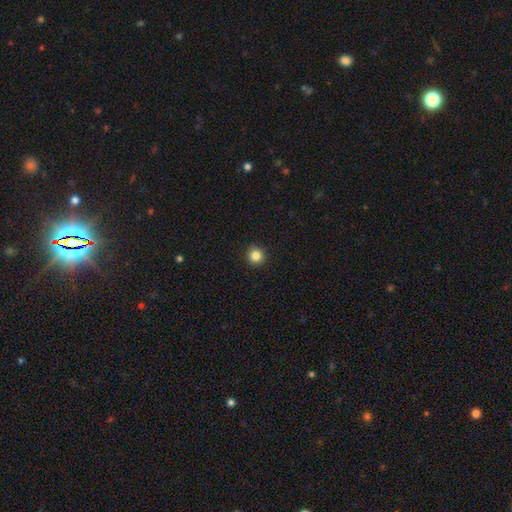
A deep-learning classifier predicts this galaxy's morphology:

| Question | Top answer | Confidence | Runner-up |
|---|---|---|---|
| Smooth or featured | smooth | 84% | star or artifact (11%) |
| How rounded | round | 95% | in between (4%) |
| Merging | none | 93% | minor disturbance (4%) |